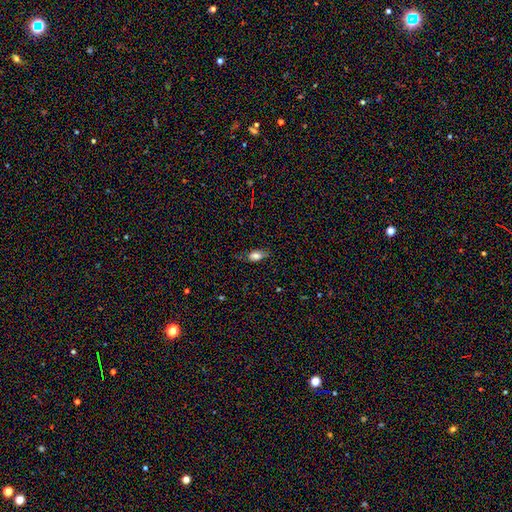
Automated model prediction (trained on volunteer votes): Overall: smooth (80%). How rounded: in between (86%). Merging: none (71%).